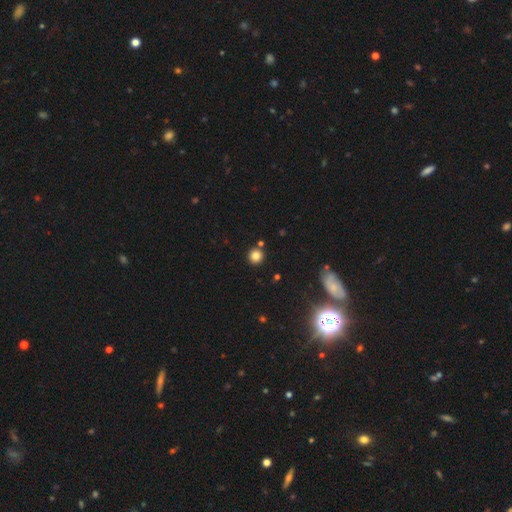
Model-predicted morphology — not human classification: Q: Smooth or featured?
A: smooth (81%); runner-up: star or artifact (13%)
Q: How rounded?
A: round (94%); runner-up: in between (5%)
Q: Merging?
A: none (85%); runner-up: merger (6%)